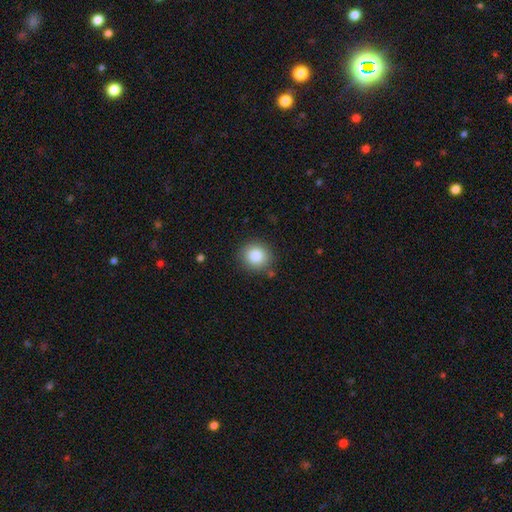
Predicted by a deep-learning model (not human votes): The model was most divided on "how rounded": round: 83%, in between: 16%, cigar-shaped: 1%. More confident: merging — none (86%); smooth or featured — smooth (84%).